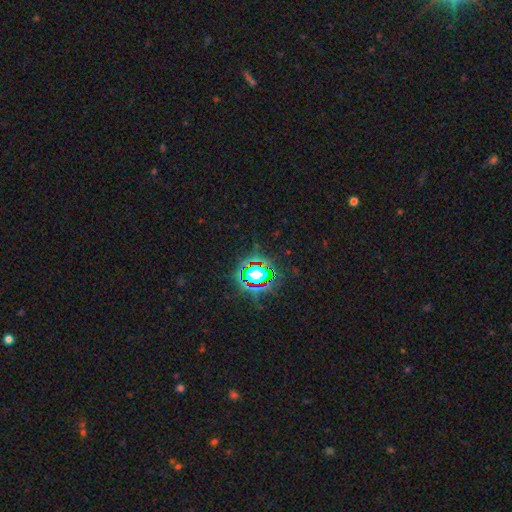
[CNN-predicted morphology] Overall: star or artifact (81%).